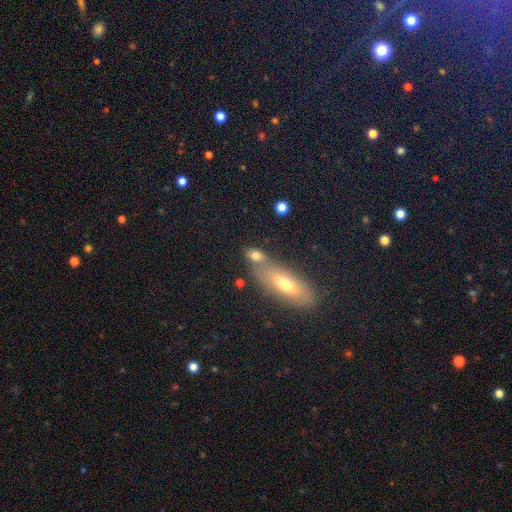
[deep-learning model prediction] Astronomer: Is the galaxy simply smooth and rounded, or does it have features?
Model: smooth — 73%.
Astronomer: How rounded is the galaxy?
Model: in between — 65%.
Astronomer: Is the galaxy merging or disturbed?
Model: none — 53% (runner-up: merger, 28%).